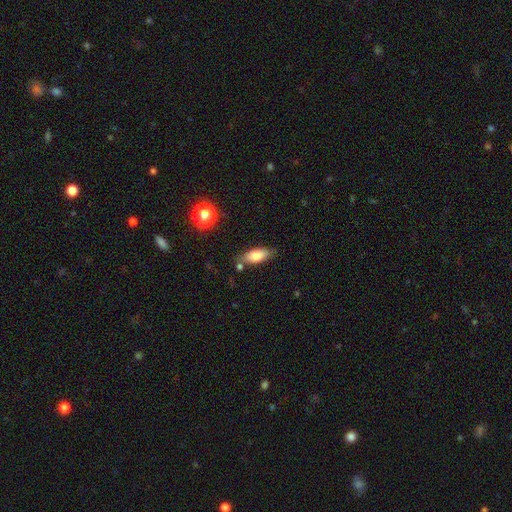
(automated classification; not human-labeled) smooth_or_featured: smooth (p=0.77) [alt: featured or disk p=0.16]
how_rounded: in between (p=0.78) [alt: cigar-shaped p=0.19]
merging: none (p=0.75) [alt: minor disturbance p=0.15]